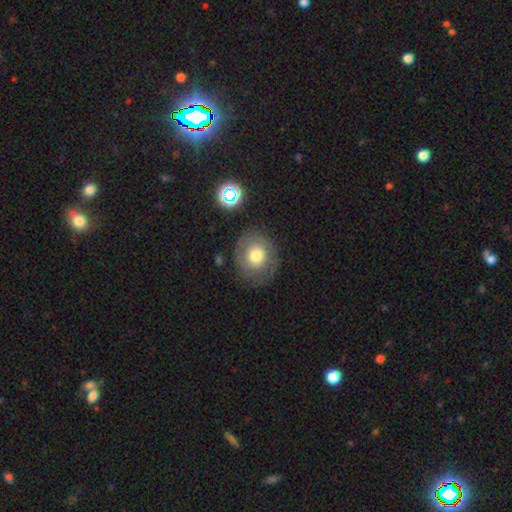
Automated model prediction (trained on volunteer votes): A smooth galaxy with no disk features (59%) that is round (78%). Merging: none (76%).